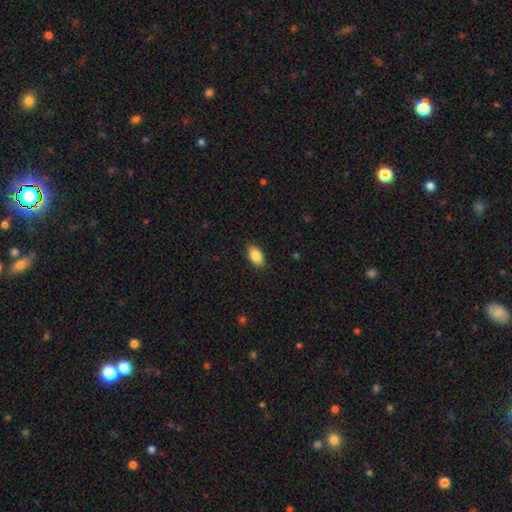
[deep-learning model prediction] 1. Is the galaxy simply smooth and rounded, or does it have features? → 85% smooth, 7% featured or disk, 7% star or artifact.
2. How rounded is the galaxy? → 92% in between, 5% round, 2% cigar-shaped.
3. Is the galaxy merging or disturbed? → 89% none, 8% minor disturbance, 2% major disturbance, 1% merger.